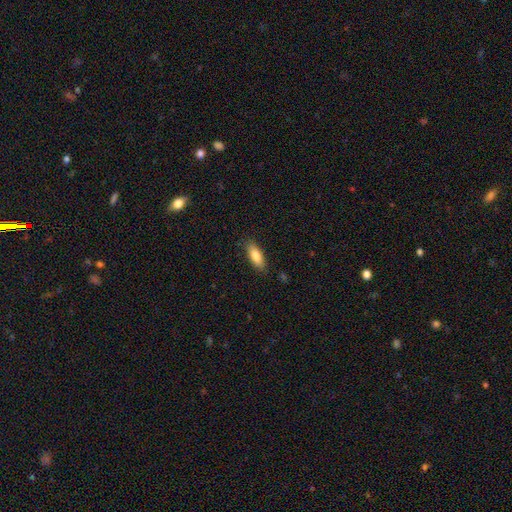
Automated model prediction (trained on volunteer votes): Morphology: type=smooth (82%); roundness=in between (67%); merging=none (86%).